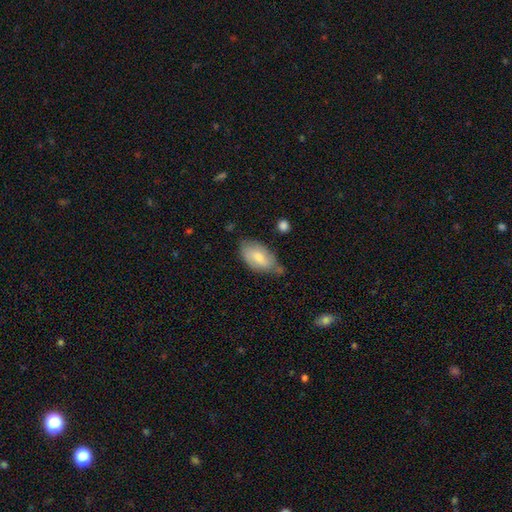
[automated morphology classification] smooth_or_featured: smooth (p=0.69) [alt: featured or disk p=0.25]
how_rounded: in between (p=0.93) [alt: round p=0.04]
merging: none (p=0.63) [alt: minor disturbance p=0.28]